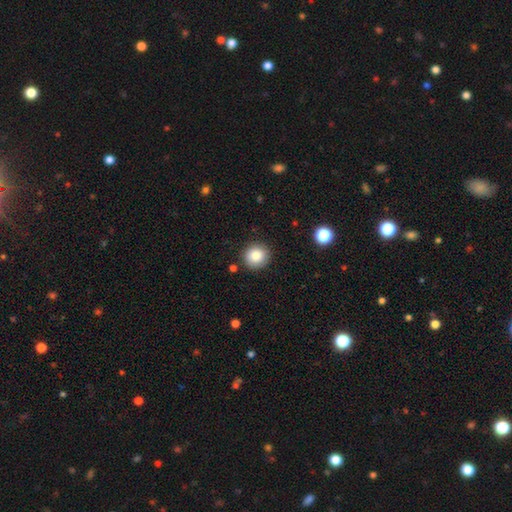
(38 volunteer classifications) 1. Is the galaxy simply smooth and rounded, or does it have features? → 92% smooth, 8% star or artifact, 0% featured or disk.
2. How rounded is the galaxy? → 100% round, 0% in between, 0% cigar-shaped.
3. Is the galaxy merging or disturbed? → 97% none, 3% merger, 0% minor disturbance, 0% major disturbance.